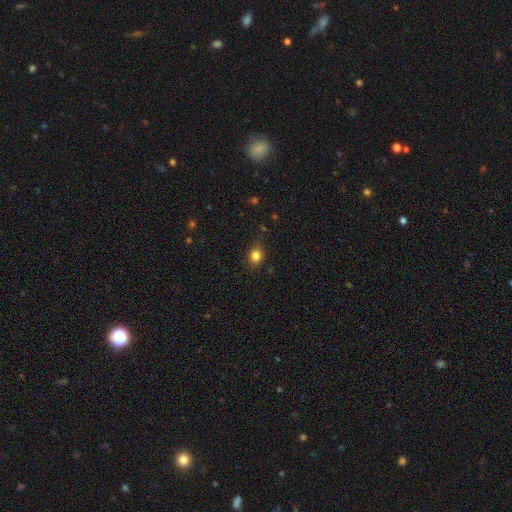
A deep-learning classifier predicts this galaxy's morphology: Smooth or featured? smooth (82%)
How rounded? round (63%)
Merging? none (75%)